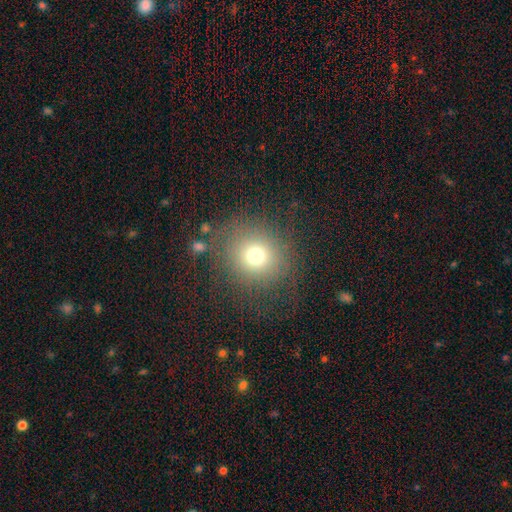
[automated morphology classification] A smooth galaxy with no disk features (71%) that is round (87%).

Vote fractions:
- Smooth or featured? smooth: 71% / star or artifact: 17% / featured or disk: 12%
- How rounded? round: 87% / in between: 12% / cigar-shaped: 1%
- Merging? none: 78% / minor disturbance: 12% / major disturbance: 8% / merger: 2%